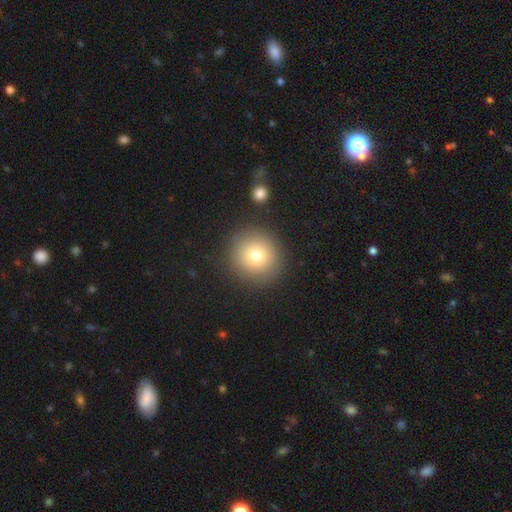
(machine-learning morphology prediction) The model was most divided on "smooth or featured": smooth: 76%, star or artifact: 13%, featured or disk: 11%. More confident: how rounded — round (94%); merging — none (88%).